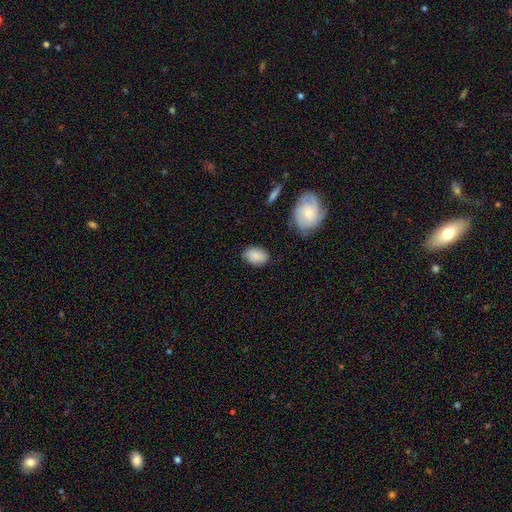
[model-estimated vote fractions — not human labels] Smooth or featured?
  - smooth: 84% *
  - featured or disk: 9%
  - star or artifact: 7%
How rounded?
  - in between: 82% *
  - round: 17%
  - cigar-shaped: 1%
Merging?
  - none: 75% *
  - minor disturbance: 19%
  - major disturbance: 4%
  - merger: 2%